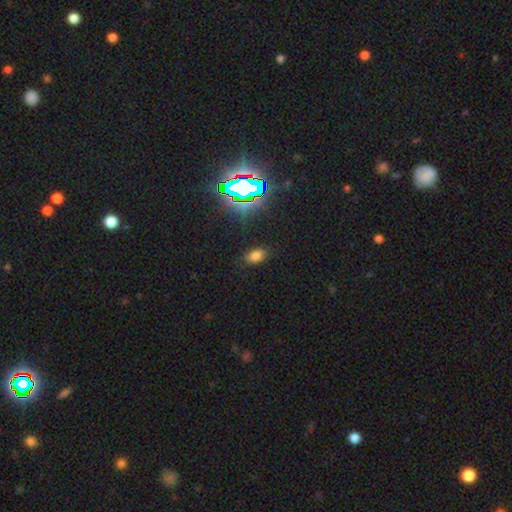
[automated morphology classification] Smooth or featured?
  - smooth: 70% *
  - star or artifact: 24%
  - featured or disk: 7%
How rounded?
  - in between: 88% *
  - round: 9%
  - cigar-shaped: 2%
Merging?
  - none: 85% *
  - minor disturbance: 10%
  - major disturbance: 3%
  - merger: 1%